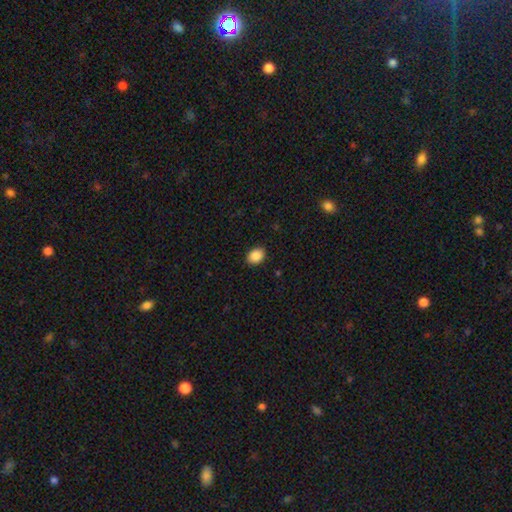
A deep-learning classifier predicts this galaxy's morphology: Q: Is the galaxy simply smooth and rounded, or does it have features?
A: smooth — 89%.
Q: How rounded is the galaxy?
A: in between — 64%.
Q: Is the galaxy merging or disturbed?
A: none — 90%.